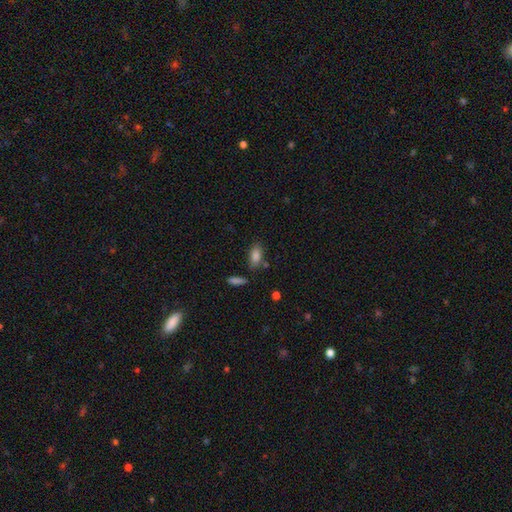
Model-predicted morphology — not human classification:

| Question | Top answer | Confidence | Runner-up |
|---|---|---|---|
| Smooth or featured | smooth | 84% | star or artifact (8%) |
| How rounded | in between | 87% | cigar-shaped (9%) |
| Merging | none | 74% | minor disturbance (15%) |